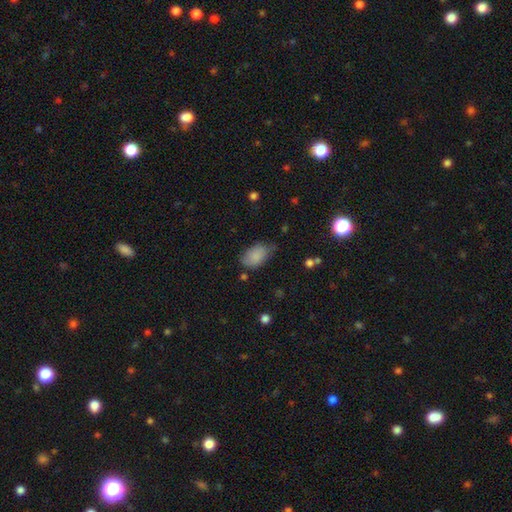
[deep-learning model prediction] This appears to be a smooth galaxy with no disk features (85%) that is in between round and cigar-shaped (90%). Merging: none (58%).